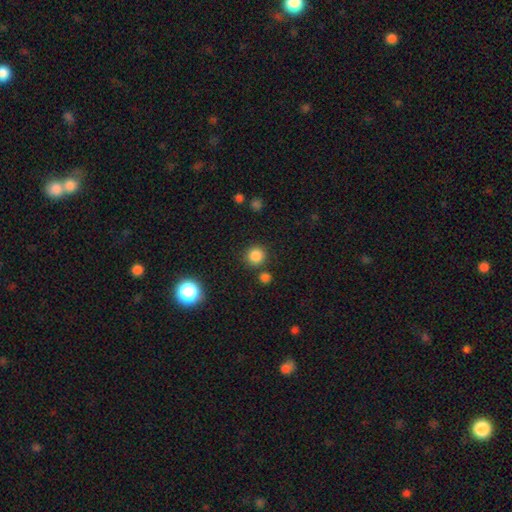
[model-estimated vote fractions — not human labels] smooth_or_featured: smooth (p=0.84) [alt: star or artifact p=0.13]
how_rounded: round (p=0.91) [alt: in between p=0.08]
merging: none (p=0.83) [alt: minor disturbance p=0.07]